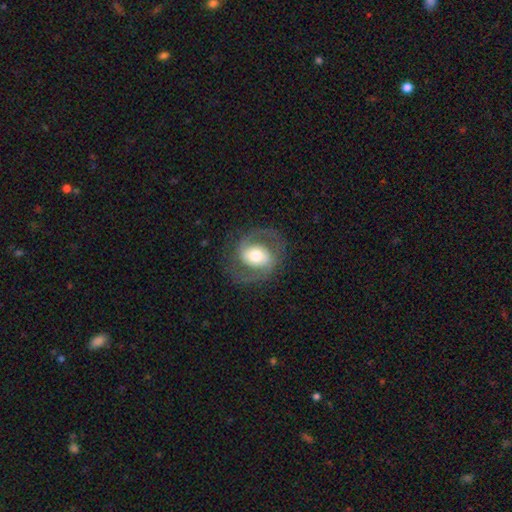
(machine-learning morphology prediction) smooth-or-featured: featured or disk: 77% | smooth: 17% | star or artifact: 6%
  disk-edge-on: no: 97% | yes: 3%
    bar: no: 43% | weak: 36% | strong: 22%
    has-spiral-arms: yes: 87% | no: 13%
      spiral-winding: medium: 55% | tight: 25% | loose: 21%
      spiral-arm-count: 2: 91% | can't tell: 4% | 1: 2% | 3: 1% | 4: 1% | more than 4: 1%
    bulge-size: moderate: 58% | large: 29% | small: 8% | dominant: 4% | none: 1%
  merging: none: 78% | minor disturbance: 12% | major disturbance: 8% | merger: 1%